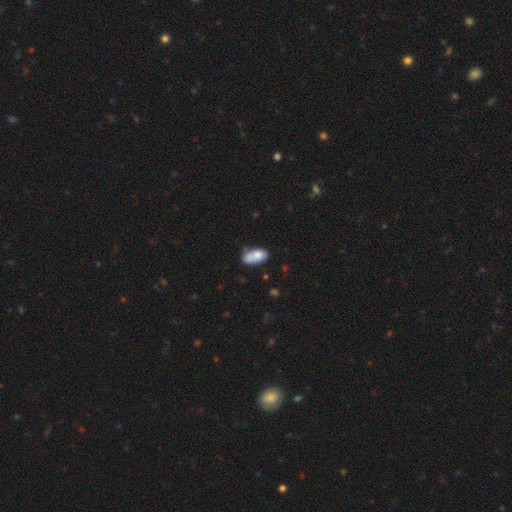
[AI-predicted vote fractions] The model was most divided on "merging": none: 44%, minor disturbance: 25%, merger: 23%, major disturbance: 8%. More confident: how rounded — in between (90%); smooth or featured — smooth (76%).